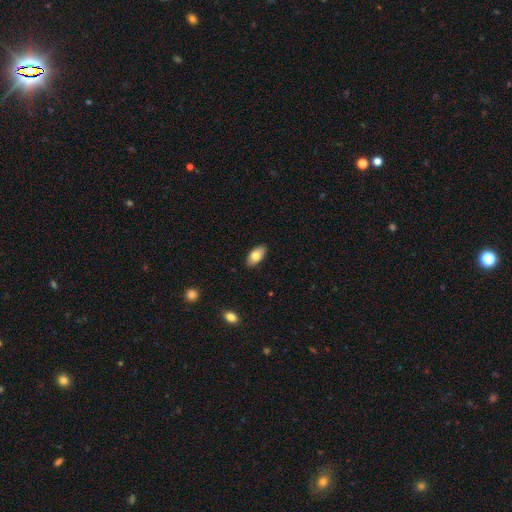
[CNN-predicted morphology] A smooth galaxy with no disk features (79%) that is in between round and cigar-shaped (93%). Merging: none (87%).